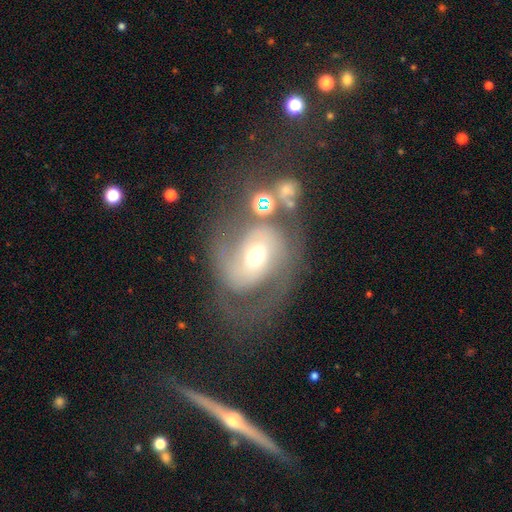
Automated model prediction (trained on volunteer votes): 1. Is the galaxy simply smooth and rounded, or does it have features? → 78% featured or disk, 14% smooth, 8% star or artifact.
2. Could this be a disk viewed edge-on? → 97% no, 3% yes.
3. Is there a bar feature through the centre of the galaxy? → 51% no, 36% weak, 14% strong.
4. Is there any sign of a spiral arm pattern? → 89% yes, 11% no.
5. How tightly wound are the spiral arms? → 47% medium, 33% tight, 19% loose.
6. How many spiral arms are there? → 73% 2, 13% can't tell, 7% 1, 4% 3, 2% 4, 1% more than 4.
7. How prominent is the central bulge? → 64% moderate, 25% small, 9% large, 2% dominant, 1% none.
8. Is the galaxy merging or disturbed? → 43% none, 21% major disturbance, 18% minor disturbance, 17% merger.